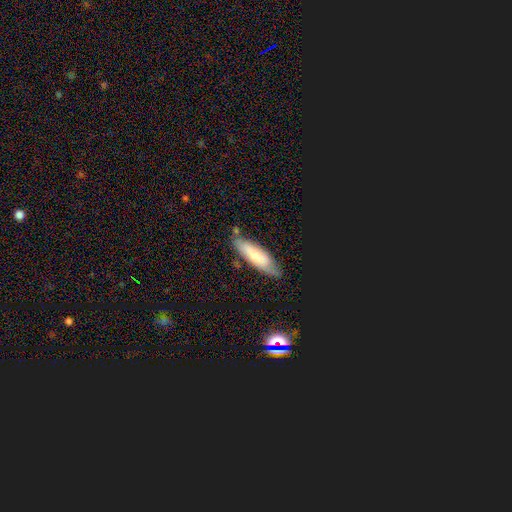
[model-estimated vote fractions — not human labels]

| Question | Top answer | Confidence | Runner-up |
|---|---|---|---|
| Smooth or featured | smooth | 72% | featured or disk (21%) |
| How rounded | cigar-shaped | 57% | in between (41%) |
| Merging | none | 72% | minor disturbance (20%) |